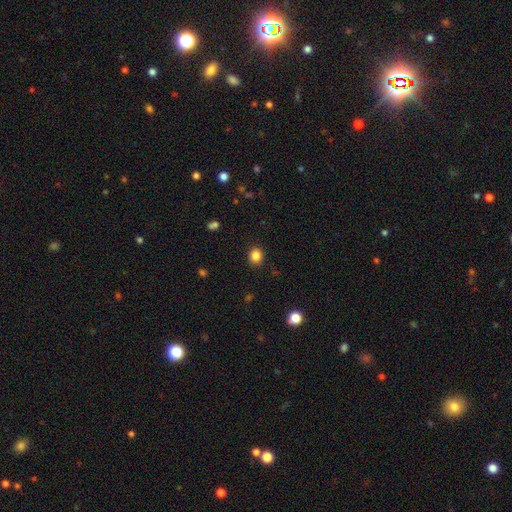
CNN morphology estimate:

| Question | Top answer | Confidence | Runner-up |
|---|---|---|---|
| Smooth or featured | smooth | 85% | star or artifact (11%) |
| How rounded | round | 77% | in between (22%) |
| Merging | none | 90% | minor disturbance (7%) |